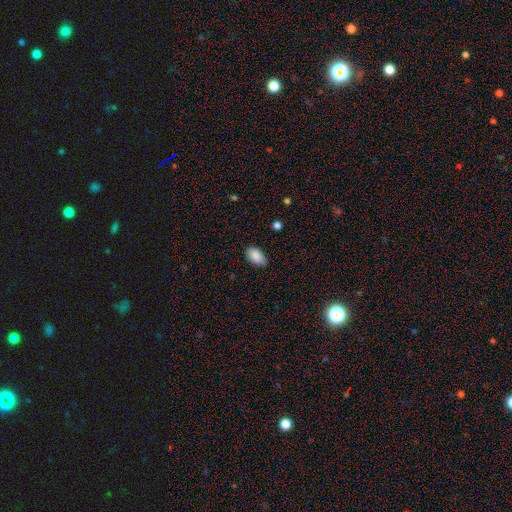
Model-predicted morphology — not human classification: This is clearly a smooth galaxy (88%). How rounded: clearly in between (94%). Merging: likely none (73%).